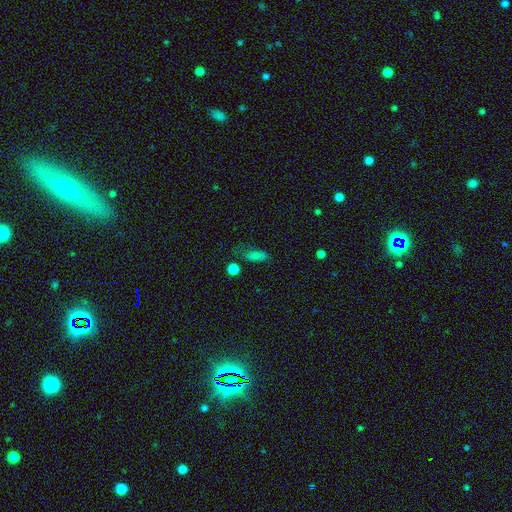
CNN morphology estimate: This appears to be a smooth galaxy with no disk features (74%) that is in between round and cigar-shaped (77%). Merging: none (51%).